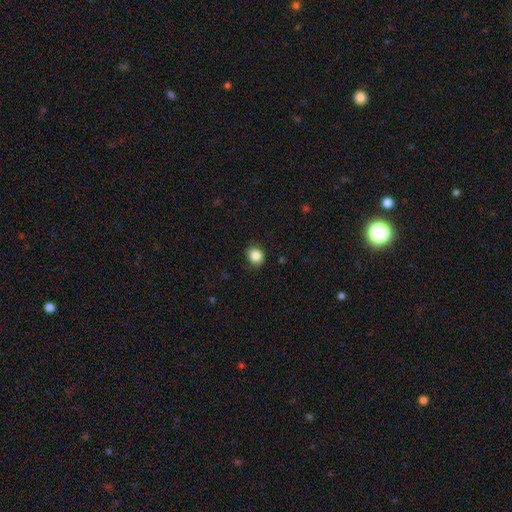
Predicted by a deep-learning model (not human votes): Smooth or featured? smooth (86%)
How rounded? round (72%)
Merging? none (85%)